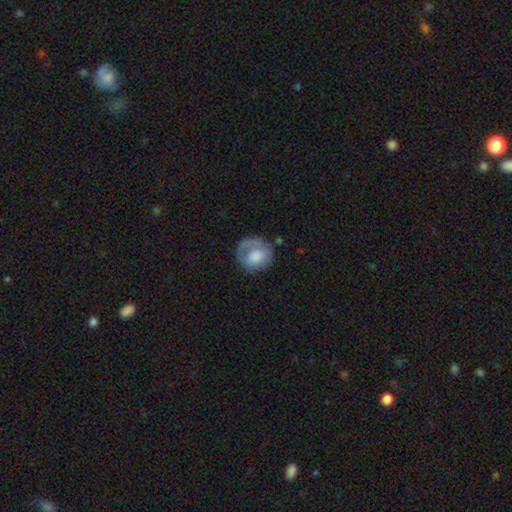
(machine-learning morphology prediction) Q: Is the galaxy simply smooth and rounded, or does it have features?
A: smooth — 70%.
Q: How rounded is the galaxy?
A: round — 81%.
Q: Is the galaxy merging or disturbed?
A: none — 55%.